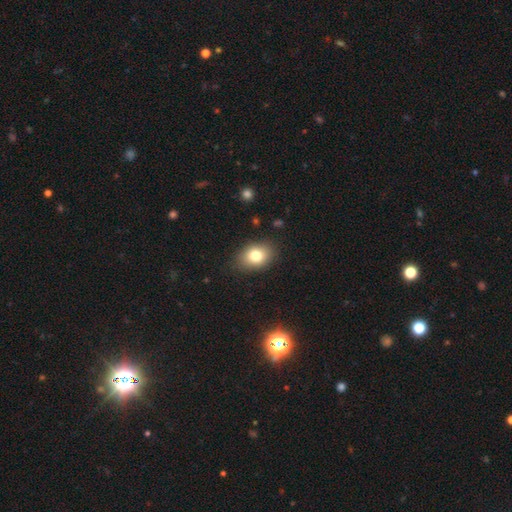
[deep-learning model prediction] This appears to be a smooth galaxy with no disk features (79%) that is in between round and cigar-shaped (73%). Merging: none (85%).